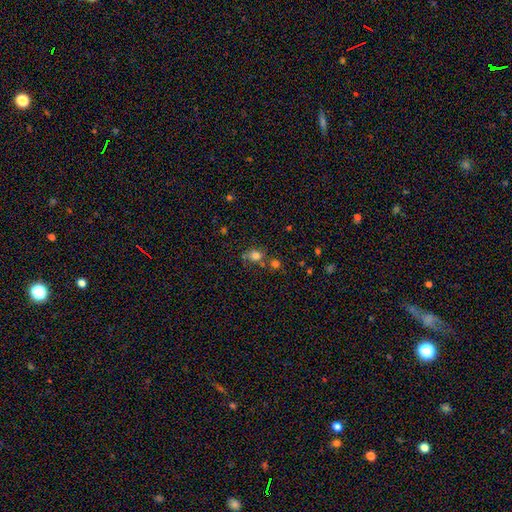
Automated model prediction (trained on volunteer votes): A smooth galaxy with no disk features (75%) that is round (66%). Merging: none (54%).